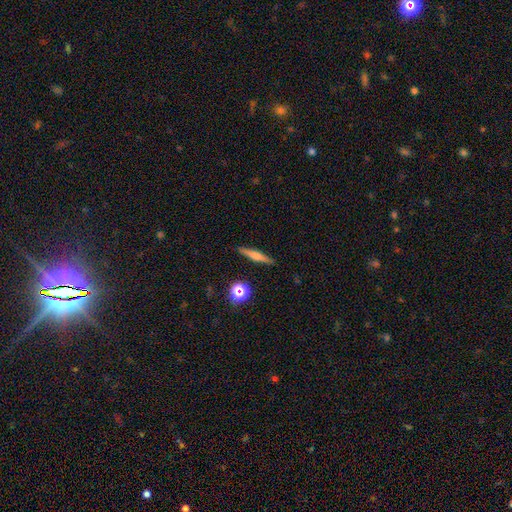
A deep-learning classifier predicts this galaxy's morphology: The model was most divided on "smooth or featured": featured or disk: 47%, smooth: 44%, star or artifact: 9%. More confident: merging — none (89%).